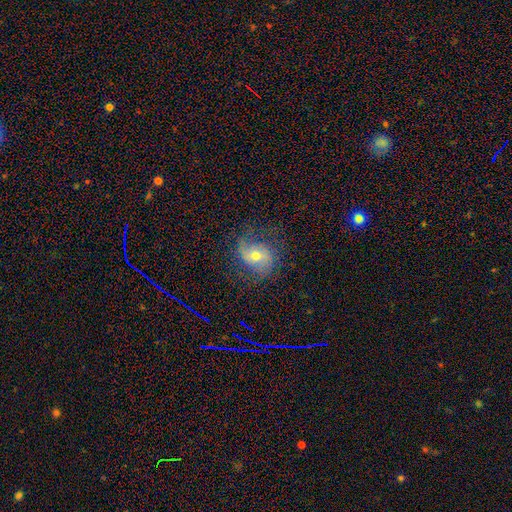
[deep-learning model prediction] Overall: featured or disk (63%; smooth 23%). Edge-on disk: no (96%). Bar: no (57%; weak 32%). Spiral arms: yes (87%). Spiral arm count: 2 (76%). Spiral winding: loose (40%, tied with medium). Bulge size: moderate (57%; small 37%). Merging: none (67%).